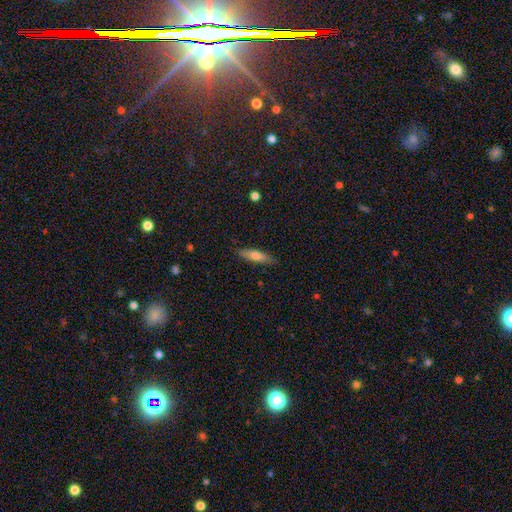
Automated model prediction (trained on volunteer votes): Smooth or featured?
  - smooth: 63% *
  - featured or disk: 30%
  - star or artifact: 6%
How rounded?
  - cigar-shaped: 71% *
  - in between: 27%
  - round: 2%
Merging?
  - none: 86% *
  - minor disturbance: 11%
  - major disturbance: 2%
  - merger: 1%